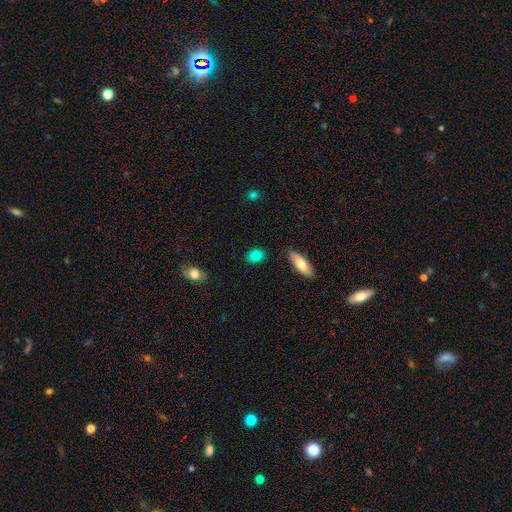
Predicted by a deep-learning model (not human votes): This appears to be a smooth galaxy with no disk features (84%) that is in between round and cigar-shaped (56%). Merging: none (87%).